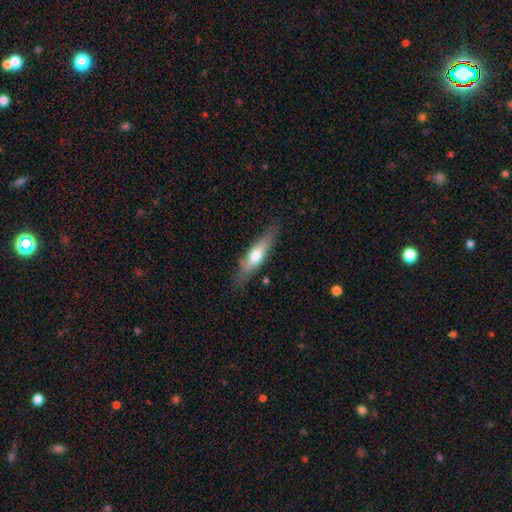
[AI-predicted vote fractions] Smooth or featured? Predicted: smooth (p=0.55). How rounded? Predicted: cigar-shaped (p=0.66). Merging? Predicted: none (p=0.78).